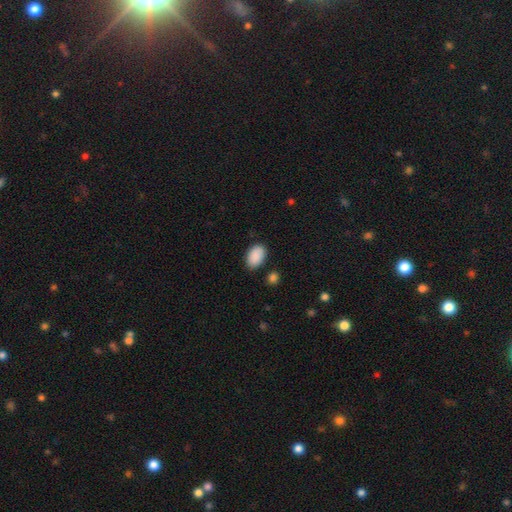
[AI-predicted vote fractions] Smooth or featured? Predicted: smooth (p=0.90). How rounded? Predicted: in between (p=0.90). Merging? Predicted: none (p=0.82).